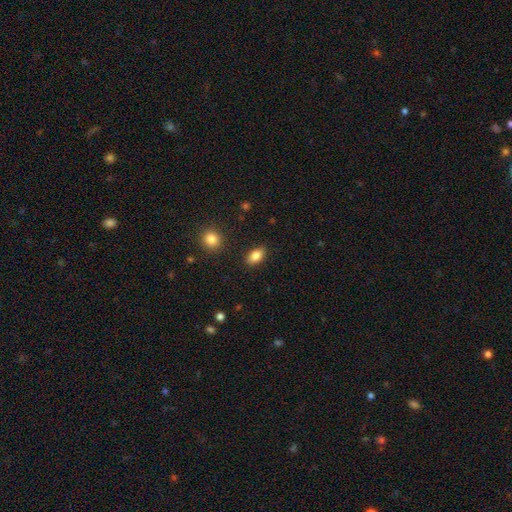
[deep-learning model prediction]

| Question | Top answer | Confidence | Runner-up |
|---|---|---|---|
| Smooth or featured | smooth | 84% | star or artifact (8%) |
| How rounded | in between | 89% | round (8%) |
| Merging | none | 88% | minor disturbance (8%) |